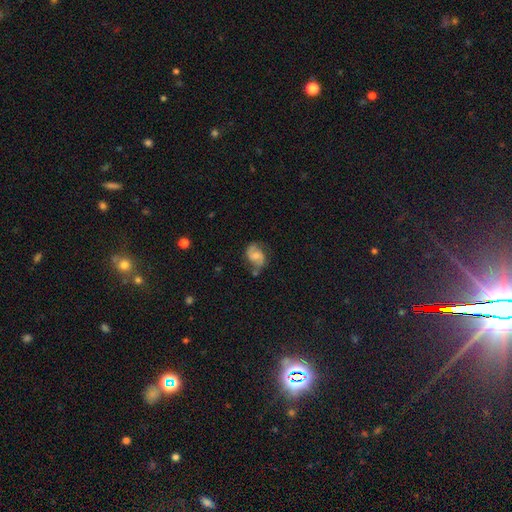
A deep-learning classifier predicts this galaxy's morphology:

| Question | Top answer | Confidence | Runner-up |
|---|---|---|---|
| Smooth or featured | featured or disk | 68% | smooth (25%) |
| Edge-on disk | no | 98% | yes (2%) |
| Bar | no | 47% | weak (42%) |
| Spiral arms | yes | 91% | no (9%) |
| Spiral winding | medium | 46% | loose (37%) |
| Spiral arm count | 2 | 88% | can't tell (5%) |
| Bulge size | small | 41% | tied: moderate (41%) |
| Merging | none | 62% | minor disturbance (22%) |